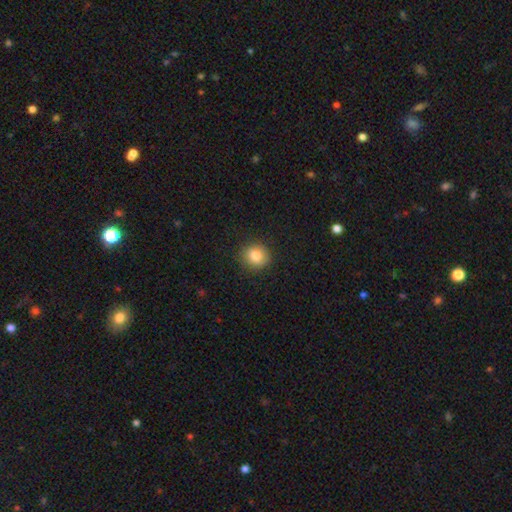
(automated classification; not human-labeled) Smooth or featured? smooth (82%)
How rounded? round (86%)
Merging? none (89%)